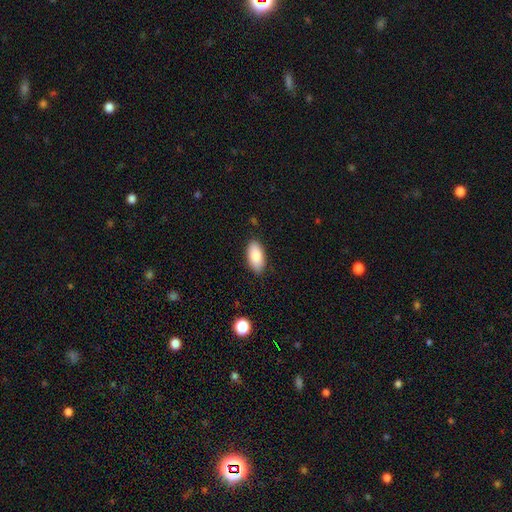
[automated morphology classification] smooth 87%, featured or disk 7%, star or artifact 6%. Down the decision tree: how rounded — in between (93%); merging — none (86%).